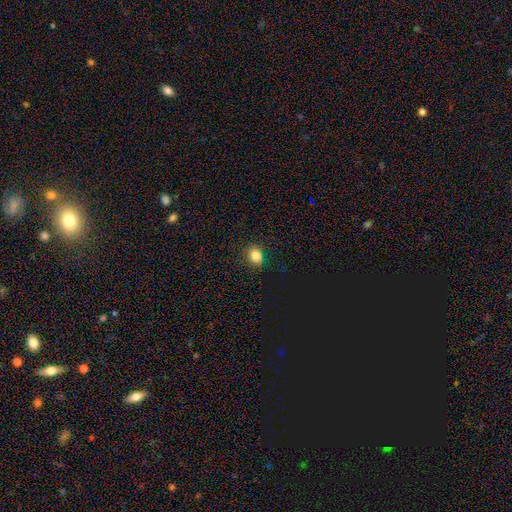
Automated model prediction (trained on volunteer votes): A smooth galaxy with no disk features (81%) that is in between round and cigar-shaped (51%). Merging: none (86%).